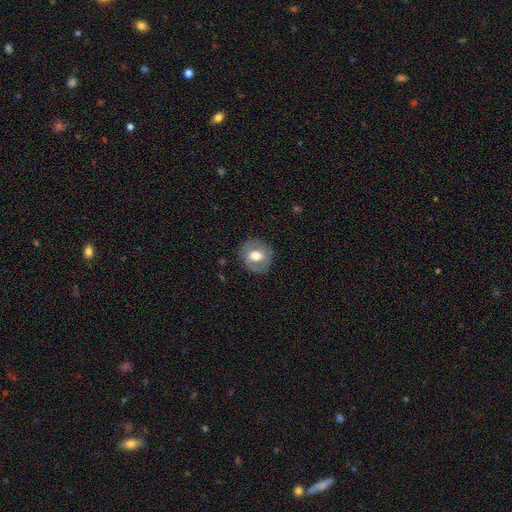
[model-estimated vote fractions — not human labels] Morphology: type=smooth (55%); roundness=round (72%); merging=none (81%).